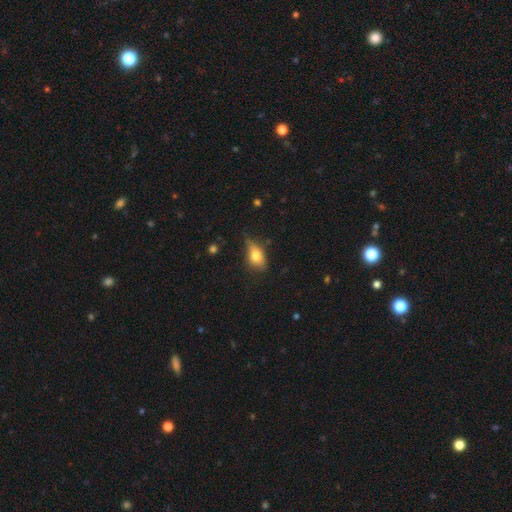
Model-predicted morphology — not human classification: The model was most divided on "merging": none: 48%, minor disturbance: 37%, major disturbance: 13%, merger: 3%. More confident: how rounded — in between (80%); smooth or featured — smooth (72%).